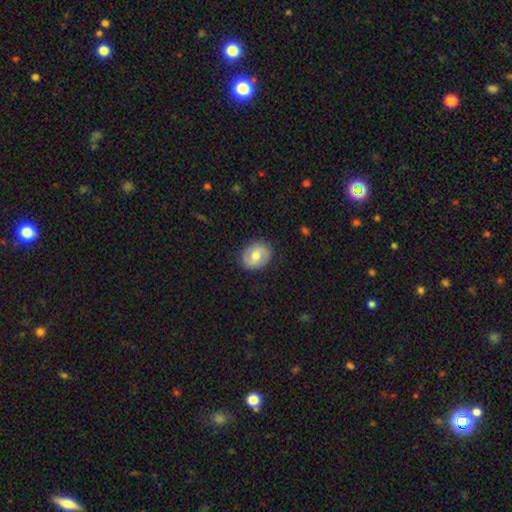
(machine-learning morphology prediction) This is possibly a featured or disk galaxy (48%). Merging: clearly none (86%).